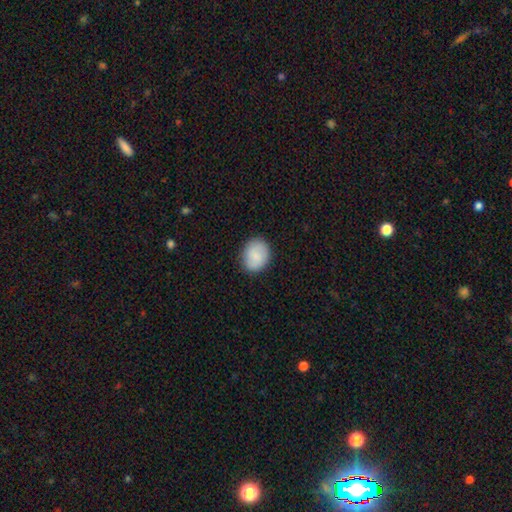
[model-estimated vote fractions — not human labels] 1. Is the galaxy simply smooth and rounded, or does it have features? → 82% smooth, 11% featured or disk, 7% star or artifact.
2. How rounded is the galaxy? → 56% round, 43% in between, 1% cigar-shaped.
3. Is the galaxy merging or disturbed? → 86% none, 10% minor disturbance, 2% major disturbance, 1% merger.